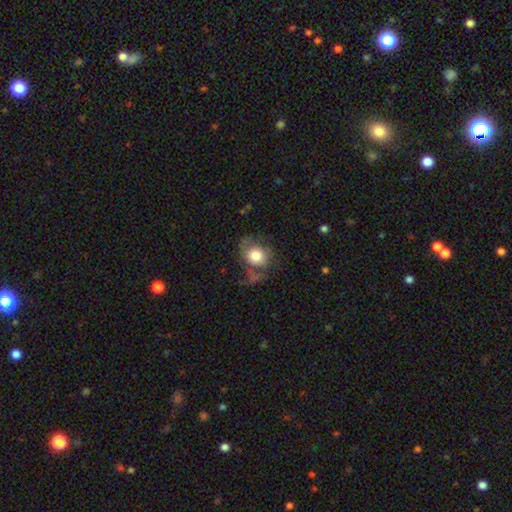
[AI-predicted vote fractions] This appears to be a smooth galaxy with no disk features (73%) that is round (67%). Merging: none (49%).